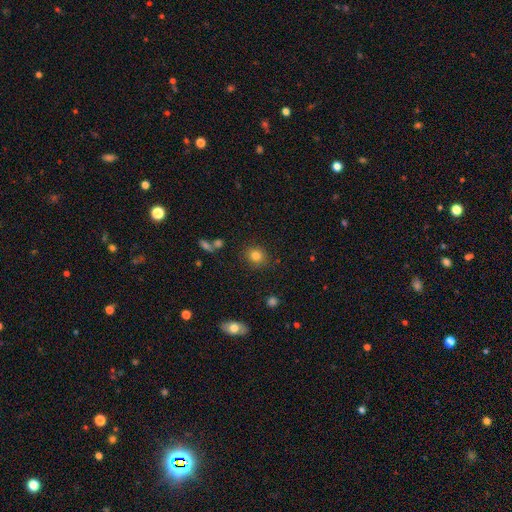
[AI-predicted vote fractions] Smooth or featured?
  - smooth: 82% *
  - star or artifact: 11%
  - featured or disk: 6%
How rounded?
  - round: 79% *
  - in between: 20%
  - cigar-shaped: 1%
Merging?
  - none: 85% *
  - minor disturbance: 10%
  - major disturbance: 3%
  - merger: 3%